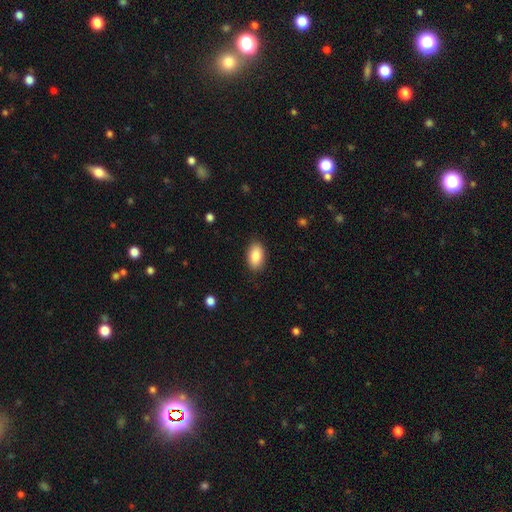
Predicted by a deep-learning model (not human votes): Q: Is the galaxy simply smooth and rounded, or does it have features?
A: smooth — 87%.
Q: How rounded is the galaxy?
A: in between — 93%.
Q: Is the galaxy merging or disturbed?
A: none — 88%.